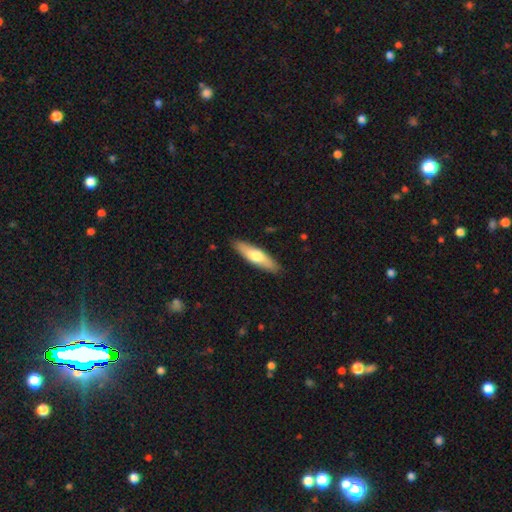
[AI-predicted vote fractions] Smooth or featured: smooth — 62% (featured or disk — 33%)
How rounded: cigar-shaped — 65% (in between — 34%)
Merging: none — 88% (minor disturbance — 9%)